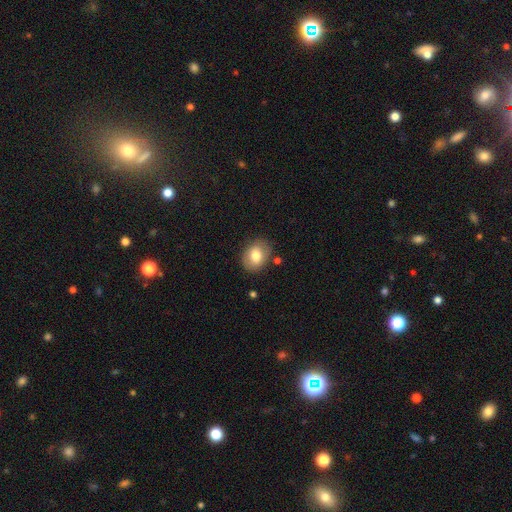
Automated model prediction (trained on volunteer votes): smooth_or_featured: smooth (p=0.75) [alt: featured or disk p=0.17]
how_rounded: in between (p=0.62) [alt: round p=0.37]
merging: none (p=0.81) [alt: minor disturbance p=0.13]